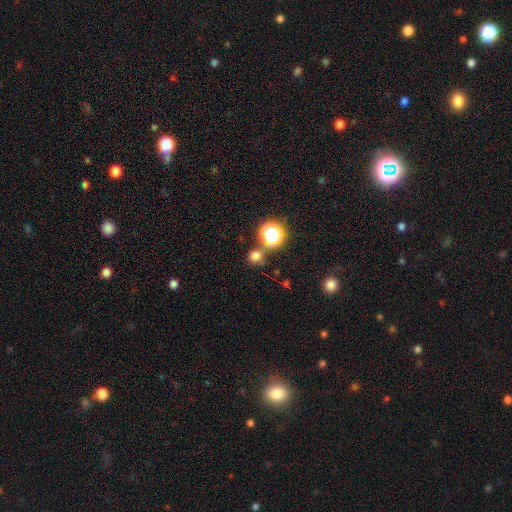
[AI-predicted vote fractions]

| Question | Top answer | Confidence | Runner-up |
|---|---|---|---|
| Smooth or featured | smooth | 71% | star or artifact (23%) |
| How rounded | round | 88% | in between (11%) |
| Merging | none | 75% | merger (12%) |